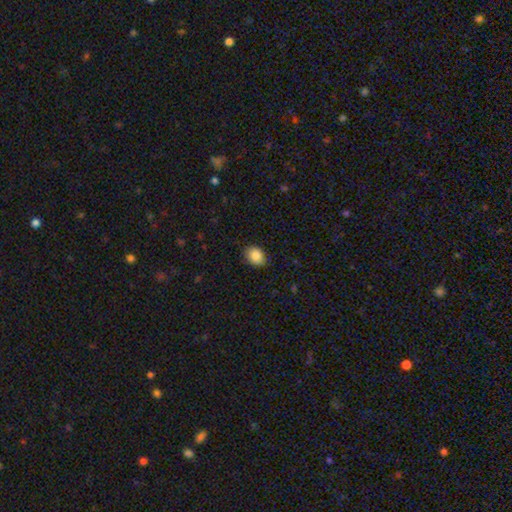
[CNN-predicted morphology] Smooth or featured? Predicted: smooth (p=0.88). How rounded? Predicted: in between (p=0.65). Merging? Predicted: none (p=0.84).